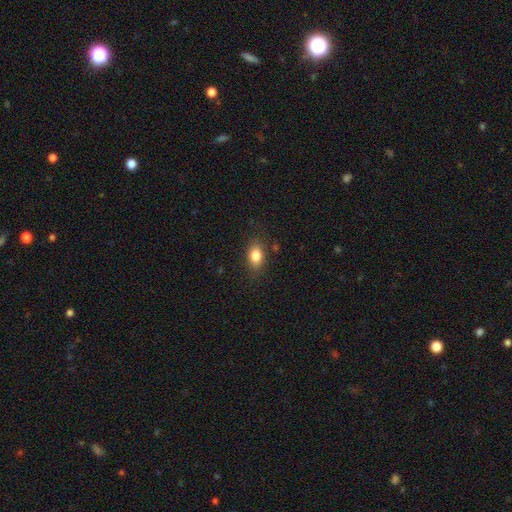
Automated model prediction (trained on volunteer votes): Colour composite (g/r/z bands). It shows a smooth galaxy with no disk features (83%) that is in between round and cigar-shaped (83%). Merging: none (83%).